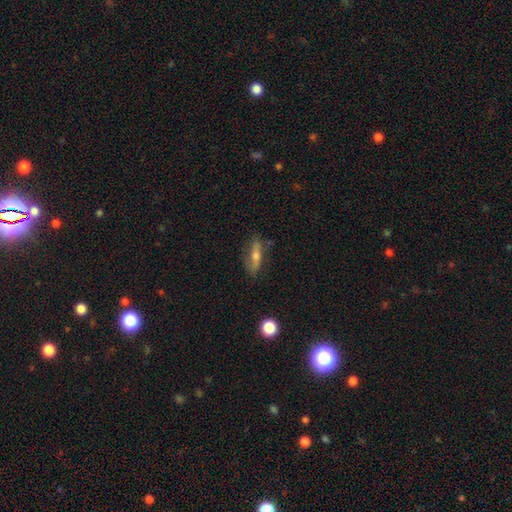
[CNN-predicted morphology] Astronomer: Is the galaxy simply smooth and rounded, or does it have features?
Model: featured or disk — 53% (runner-up: smooth, 33%).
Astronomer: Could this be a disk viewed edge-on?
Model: yes — 52% (runner-up: no, 48%).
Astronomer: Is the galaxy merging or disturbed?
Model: none — 80%.